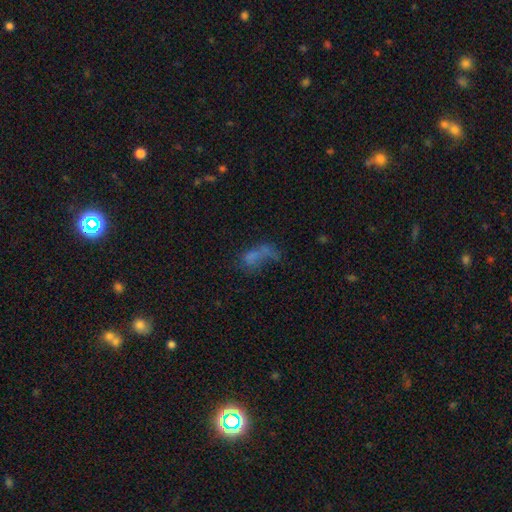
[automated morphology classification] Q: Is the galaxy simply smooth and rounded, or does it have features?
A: smooth — 51%.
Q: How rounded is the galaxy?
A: in between — 78%.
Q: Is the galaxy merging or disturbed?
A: major disturbance — 34%.